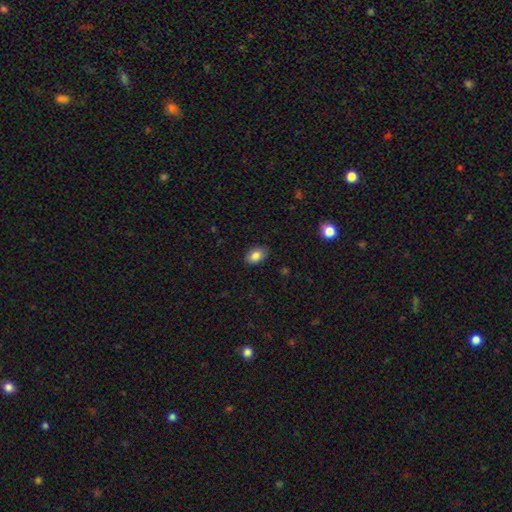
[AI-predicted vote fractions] A smooth galaxy with no disk features (85%) that is in between round and cigar-shaped (83%).

Vote fractions:
- Smooth or featured? smooth: 85% / star or artifact: 8% / featured or disk: 7%
- How rounded? in between: 83% / round: 15% / cigar-shaped: 1%
- Merging? none: 87% / minor disturbance: 10% / major disturbance: 2% / merger: 1%